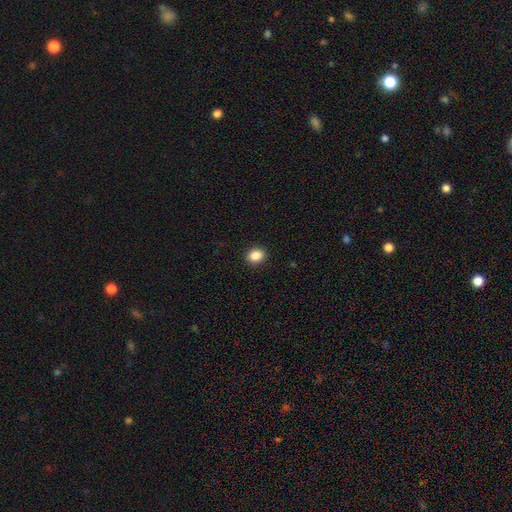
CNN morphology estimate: Smooth or featured? smooth (87%)
How rounded? round (50%)
Merging? none (91%)